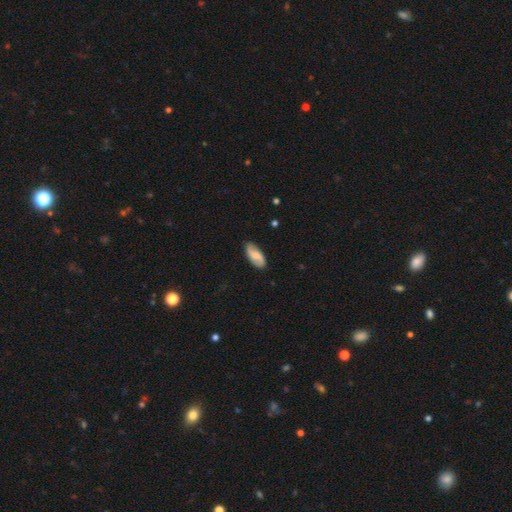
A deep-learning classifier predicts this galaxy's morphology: Smooth or featured: featured or disk — 50% (smooth — 44%)
Merging: none — 83% (minor disturbance — 13%)